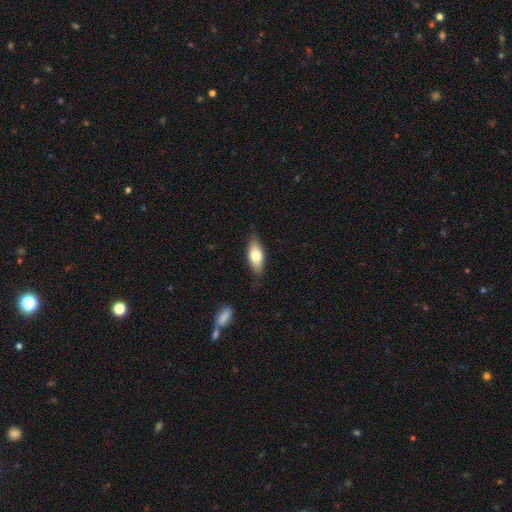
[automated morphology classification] Smooth or featured? smooth (73%)
How rounded? in between (79%)
Merging? none (82%)